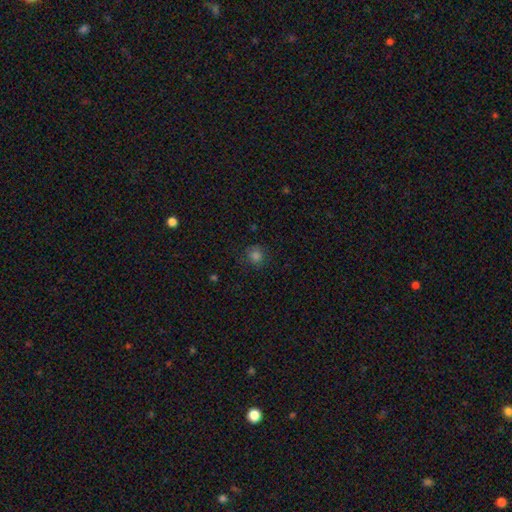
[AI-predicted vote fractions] Q: Smooth or featured?
A: smooth (79%); runner-up: star or artifact (16%)
Q: How rounded?
A: round (88%); runner-up: in between (11%)
Q: Merging?
A: none (83%); runner-up: minor disturbance (12%)